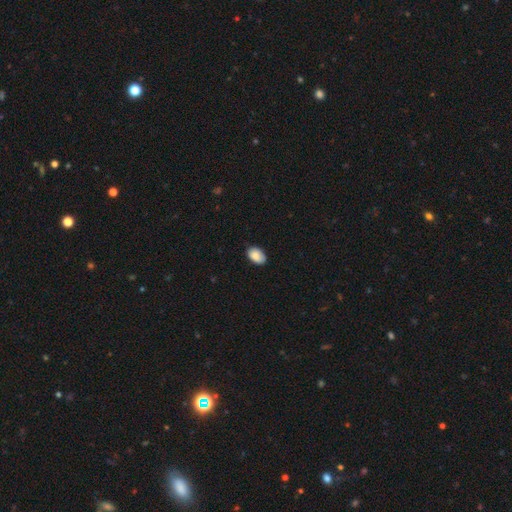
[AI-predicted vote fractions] A smooth galaxy with no disk features (86%) that is in between round and cigar-shaped (89%). Merging: none (81%).